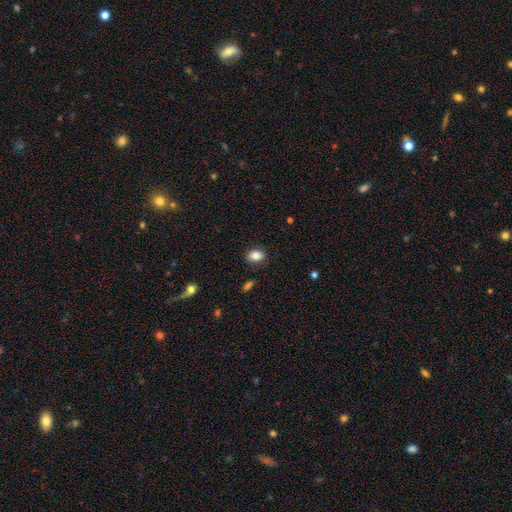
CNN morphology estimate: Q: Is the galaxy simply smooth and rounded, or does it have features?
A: smooth — 84%.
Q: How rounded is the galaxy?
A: in between — 78%.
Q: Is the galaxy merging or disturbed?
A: none — 86%.